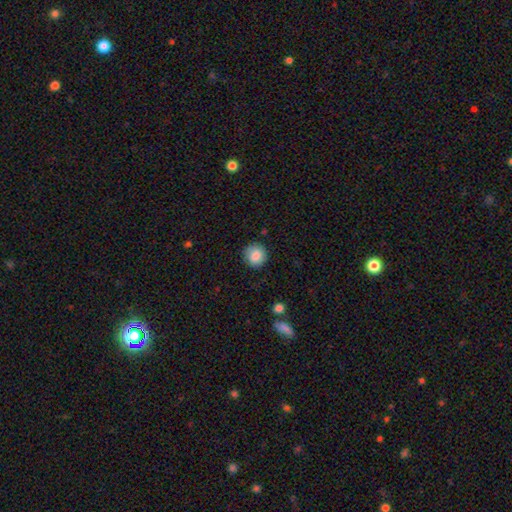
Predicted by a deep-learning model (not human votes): This is clearly a smooth galaxy (85%). How rounded: clearly round (91%). Merging: clearly none (86%).